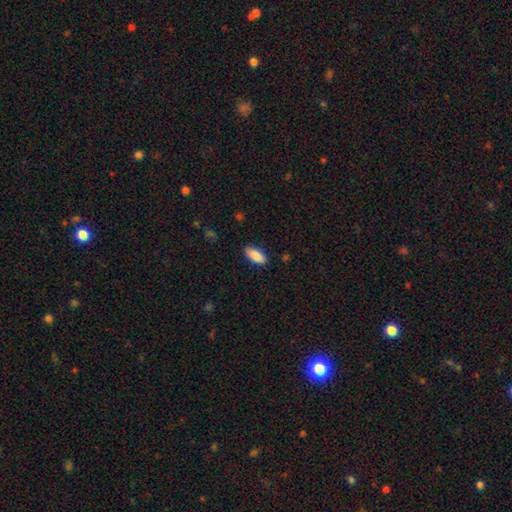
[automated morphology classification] Smooth or featured? Predicted: smooth (p=0.87). How rounded? Predicted: in between (p=0.88). Merging? Predicted: none (p=0.87).